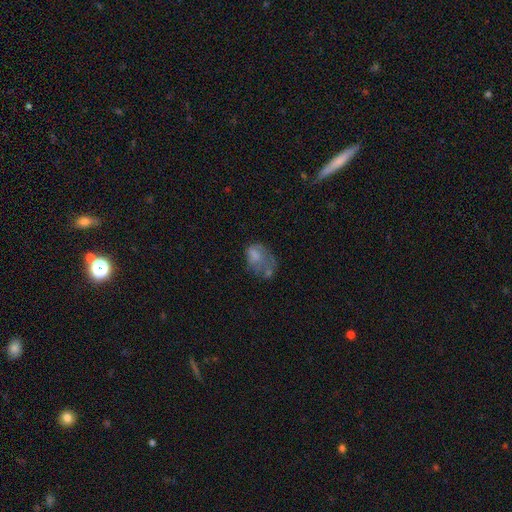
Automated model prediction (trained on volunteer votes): A smooth galaxy with no disk features (60%) that is in between round and cigar-shaped (74%).

Vote fractions:
- Smooth or featured? smooth: 60% / featured or disk: 28% / star or artifact: 12%
- How rounded? in between: 74% / round: 24% / cigar-shaped: 1%
- Merging? major disturbance: 38% / none: 25% / minor disturbance: 24% / merger: 14%